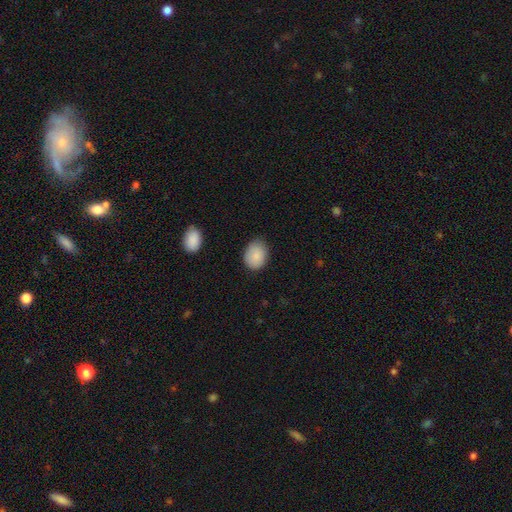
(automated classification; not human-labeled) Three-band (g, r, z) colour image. It shows a smooth galaxy with no disk features (87%) that is in between round and cigar-shaped (66%). Merging: none (77%).